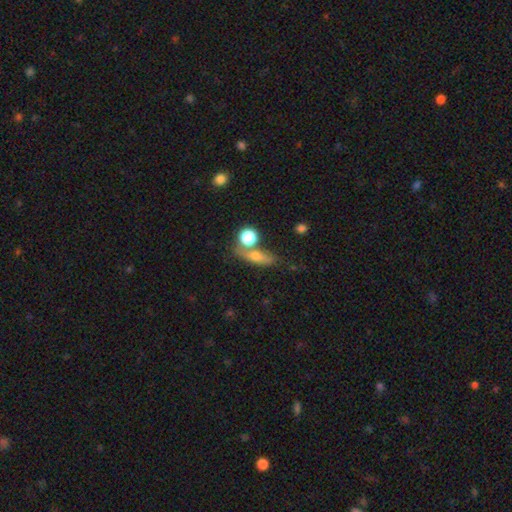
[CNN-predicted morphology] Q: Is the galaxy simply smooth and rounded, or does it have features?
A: smooth — 63%.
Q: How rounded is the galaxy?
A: in between — 40%.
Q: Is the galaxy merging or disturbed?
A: none — 54%.